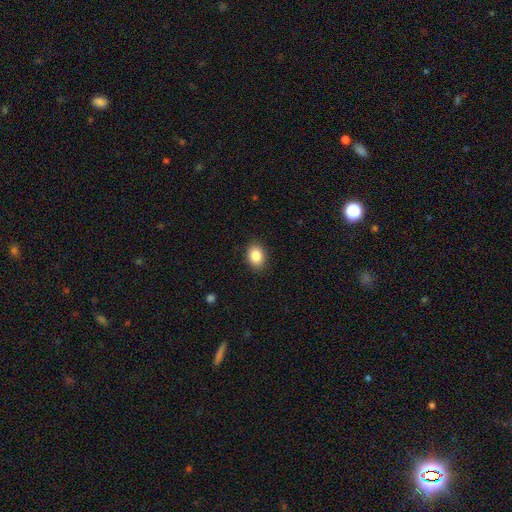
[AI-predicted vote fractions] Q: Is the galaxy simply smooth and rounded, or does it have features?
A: smooth — 86%.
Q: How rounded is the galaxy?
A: in between — 60%.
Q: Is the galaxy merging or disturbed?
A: none — 89%.